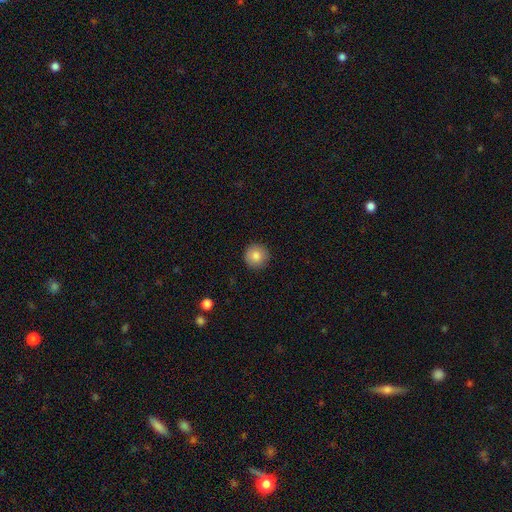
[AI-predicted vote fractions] smooth_or_featured: smooth (p=0.83) [alt: star or artifact p=0.09]
how_rounded: round (p=0.95) [alt: in between p=0.04]
merging: none (p=0.91) [alt: minor disturbance p=0.06]